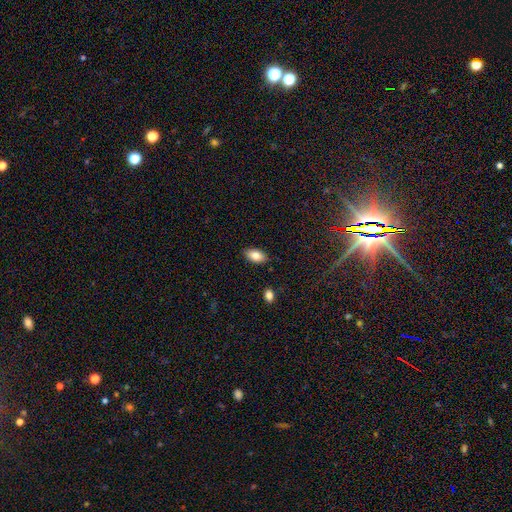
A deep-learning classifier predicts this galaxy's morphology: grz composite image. It shows a smooth galaxy with no disk features (82%) that is in between round and cigar-shaped (93%). Merging: none (87%).